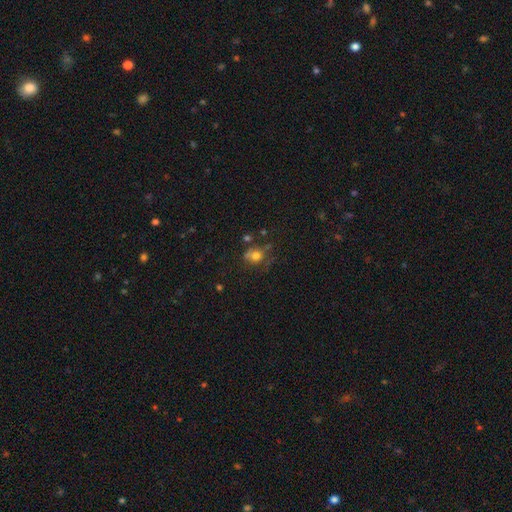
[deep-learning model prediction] Overall: smooth (66%). How rounded: round (75%). Merging: none (51%; minor disturbance 21%).